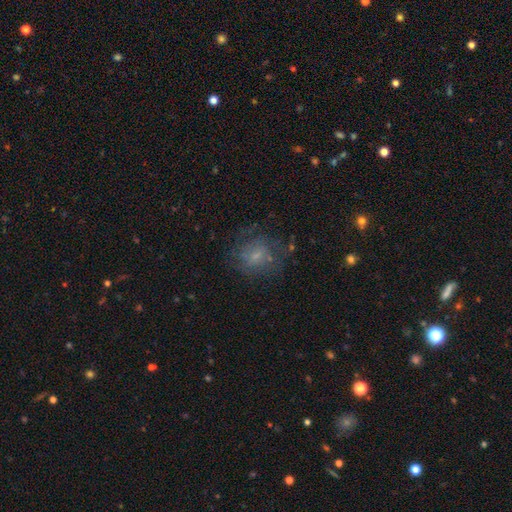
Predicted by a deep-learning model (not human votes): Overall: smooth (48%; featured or disk 36%). Merging: none (62%).